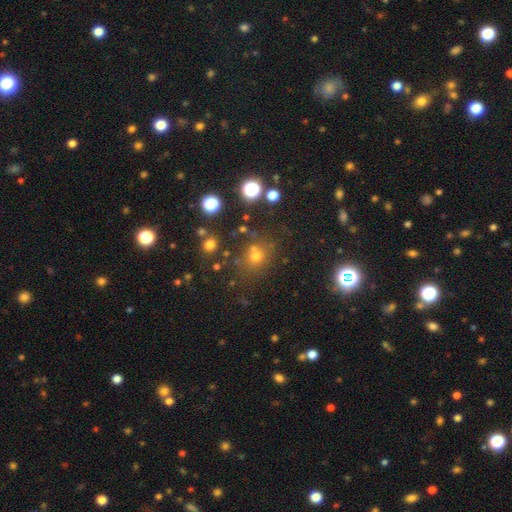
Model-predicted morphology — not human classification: The model was most divided on "smooth or featured": smooth: 61%, star or artifact: 29%, featured or disk: 10%. More confident: how rounded — round (81%); merging — none (69%).